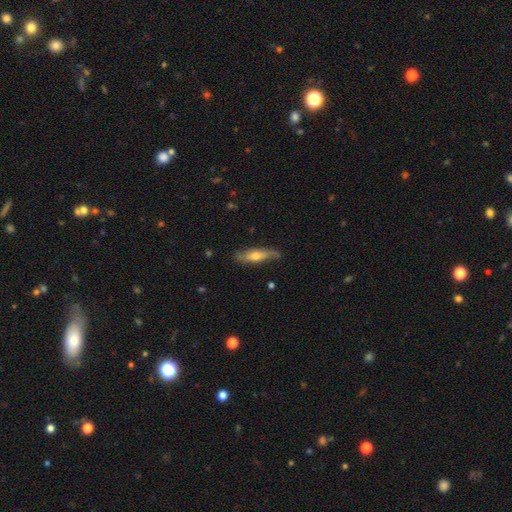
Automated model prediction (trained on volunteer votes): Morphology: type=featured or disk (47%, tied with smooth); merging=none (70%).